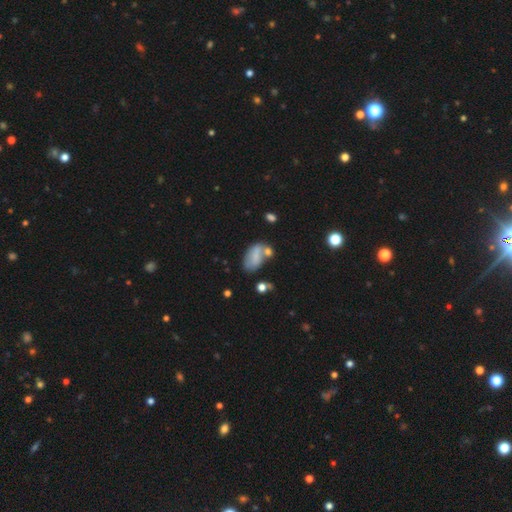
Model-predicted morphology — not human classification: The model was most divided on "merging": none: 41%, merger: 28%, minor disturbance: 21%, major disturbance: 9%. More confident: how rounded — in between (91%); smooth or featured — smooth (69%).